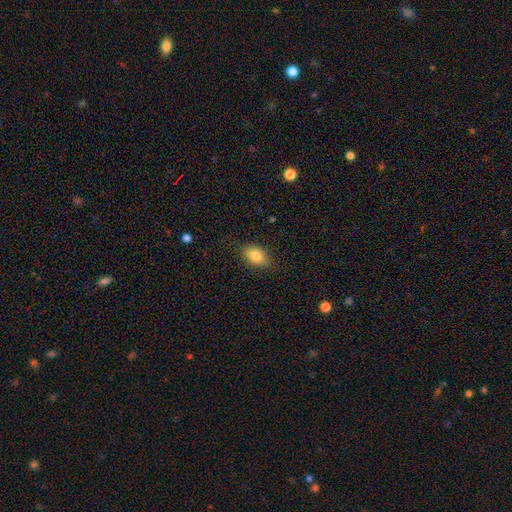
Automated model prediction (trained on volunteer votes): smooth 80%, featured or disk 11%, star or artifact 9%. Down the decision tree: how rounded — in between (82%); merging — none (79%).